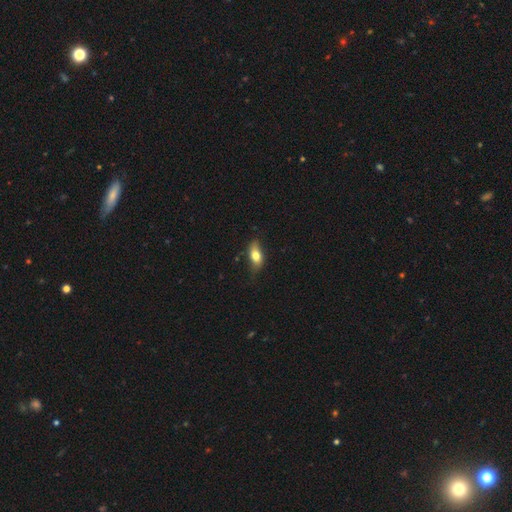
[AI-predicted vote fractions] Q: Smooth or featured?
A: smooth (73%); runner-up: featured or disk (20%)
Q: How rounded?
A: in between (83%); runner-up: cigar-shaped (11%)
Q: Merging?
A: none (69%); runner-up: minor disturbance (25%)